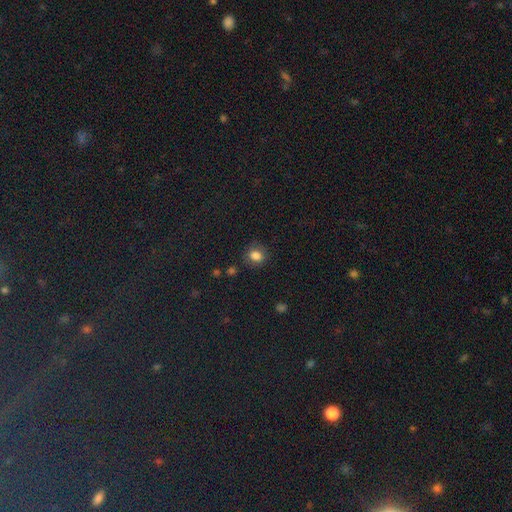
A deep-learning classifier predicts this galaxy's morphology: Smooth or featured?
  - smooth: 81% *
  - star or artifact: 13%
  - featured or disk: 6%
How rounded?
  - round: 59% *
  - in between: 40%
  - cigar-shaped: 1%
Merging?
  - none: 79% *
  - minor disturbance: 14%
  - major disturbance: 4%
  - merger: 2%